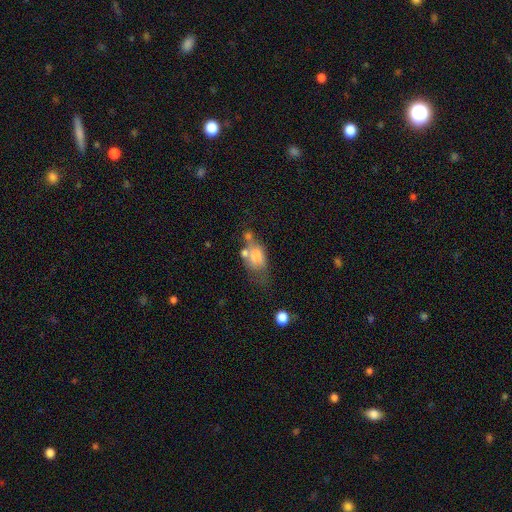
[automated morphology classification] smooth-or-featured: smooth: 63% | featured or disk: 27% | star or artifact: 10%
  how-rounded: in between: 81% | round: 17% | cigar-shaped: 3%
  merging: merger: 27% (tied) | major disturbance: 27% (tied) | none: 23% | minor disturbance: 23%